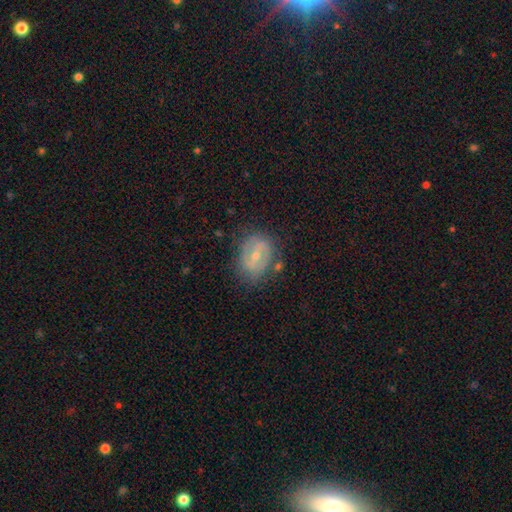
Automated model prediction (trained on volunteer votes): smooth_or_featured: featured or disk (p=0.68) [alt: smooth p=0.23]
disk_edge_on: no (p=0.96) [alt: yes p=0.04]
bar: weak (p=0.47) [alt: strong p=0.27]
has_spiral_arms: yes (p=0.69) [alt: no p=0.31]
bulge_size: small (p=0.53) [alt: moderate p=0.43]
merging: none (p=0.73) [alt: minor disturbance p=0.17]